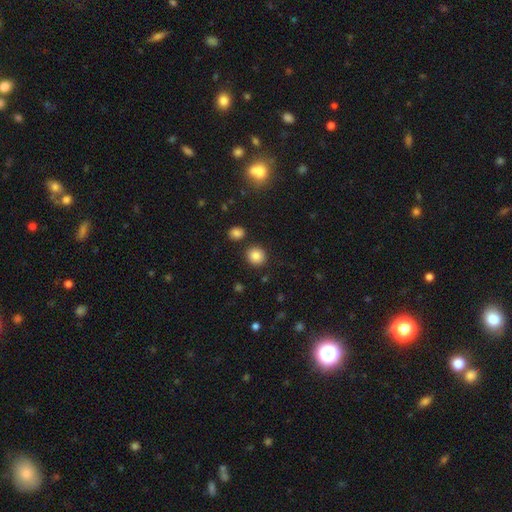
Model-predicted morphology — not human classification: smooth_or_featured: smooth (p=0.85) [alt: star or artifact p=0.10]
how_rounded: round (p=0.89) [alt: in between p=0.10]
merging: none (p=0.87) [alt: minor disturbance p=0.06]